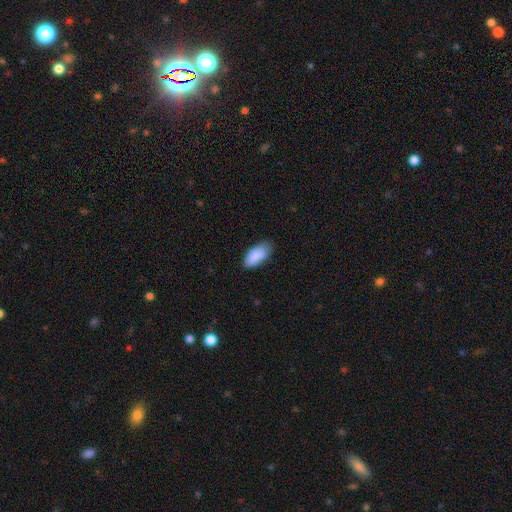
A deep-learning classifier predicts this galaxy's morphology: Overall: smooth (87%). How rounded: in between (92%). Merging: none (70%).